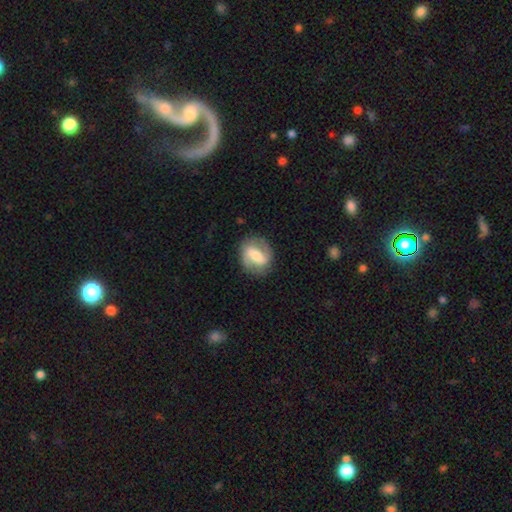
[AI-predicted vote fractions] Morphology: type=featured or disk (63%); edge-on=no (95%); bar=strong (52%); spiral arms=yes (78%); bulge=moderate (42%); merging=none (79%).